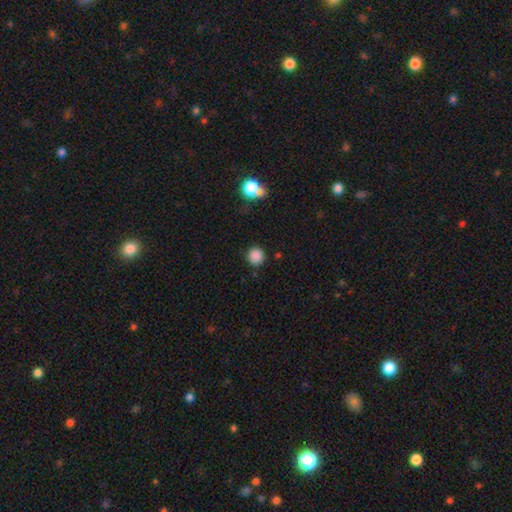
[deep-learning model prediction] Morphology: type=smooth (86%); roundness=round (92%); merging=none (86%).